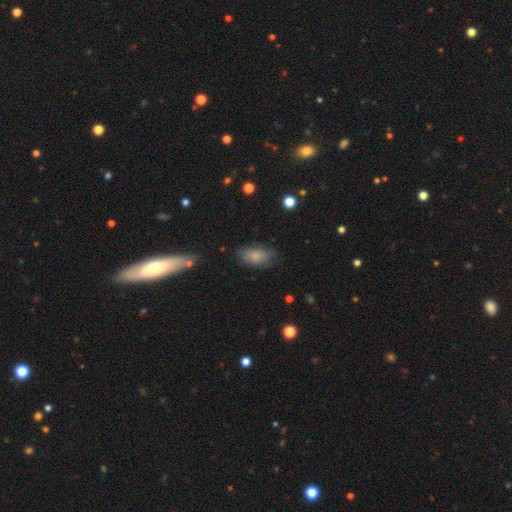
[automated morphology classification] Overall: smooth (82%). How rounded: in between (91%). Merging: none (78%).